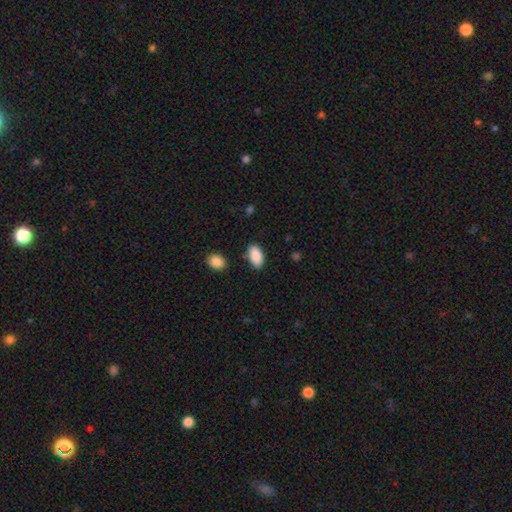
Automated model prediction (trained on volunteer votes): Q: Smooth or featured?
A: smooth (90%); runner-up: star or artifact (7%)
Q: How rounded?
A: in between (94%); runner-up: round (4%)
Q: Merging?
A: none (84%); runner-up: minor disturbance (11%)